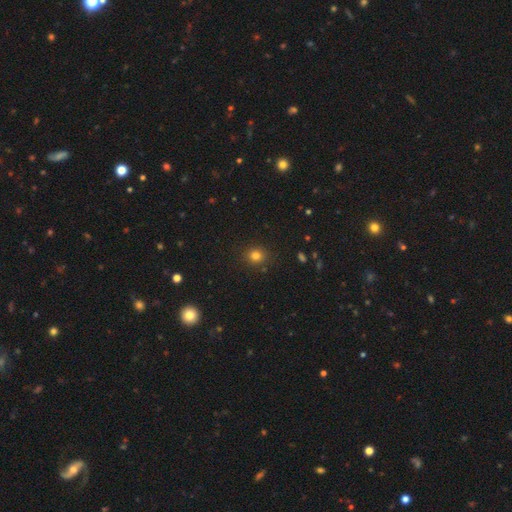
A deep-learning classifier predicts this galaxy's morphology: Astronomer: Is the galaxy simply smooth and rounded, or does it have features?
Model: smooth — 79%.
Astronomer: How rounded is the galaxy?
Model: round — 83%.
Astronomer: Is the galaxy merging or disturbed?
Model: none — 87%.